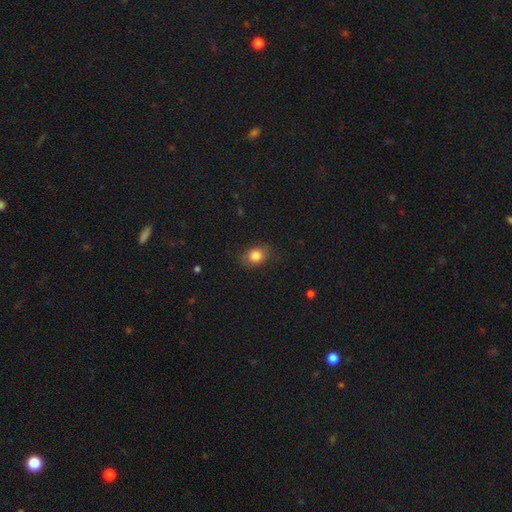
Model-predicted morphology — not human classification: Smooth or featured? smooth (83%)
How rounded? in between (54%)
Merging? none (79%)